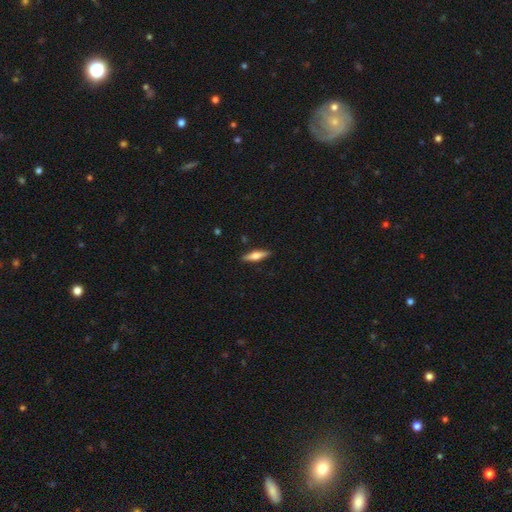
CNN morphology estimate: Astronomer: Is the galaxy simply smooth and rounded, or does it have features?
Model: smooth — 49% (runner-up: featured or disk, 45%).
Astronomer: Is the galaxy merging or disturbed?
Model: none — 90%.